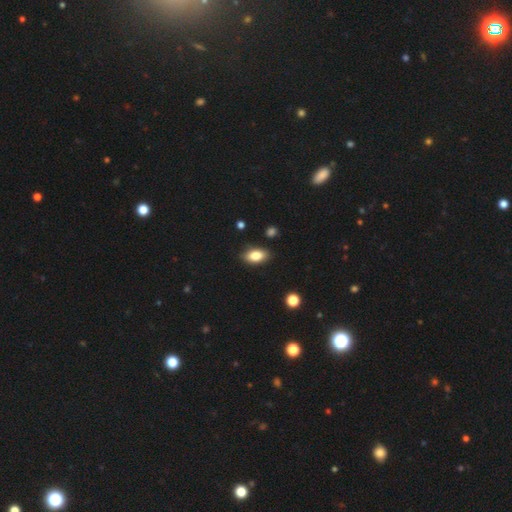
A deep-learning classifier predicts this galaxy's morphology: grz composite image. It shows a smooth galaxy with no disk features (83%) that is in between round and cigar-shaped (90%). Merging: none (86%).